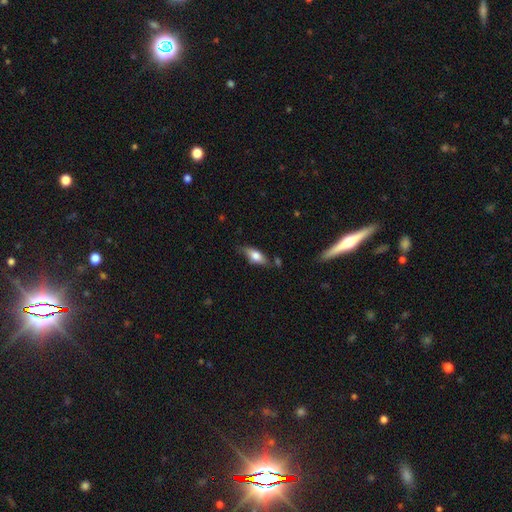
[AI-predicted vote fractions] smooth 63%, featured or disk 30%, star or artifact 6%. Down the decision tree: how rounded — in between (71%); merging — none (68%).